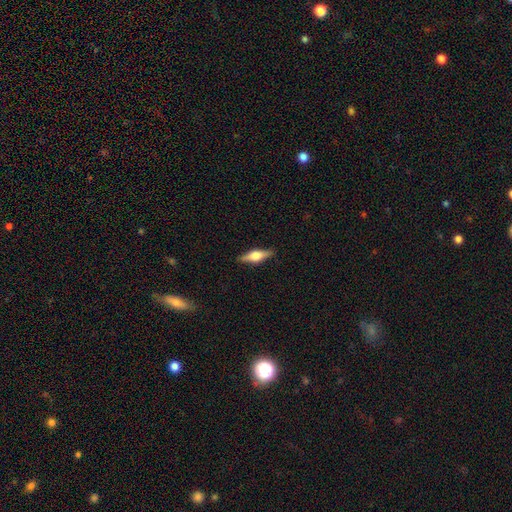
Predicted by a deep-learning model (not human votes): smooth_or_featured: featured or disk (p=0.56) [alt: smooth p=0.38]
disk_edge_on: yes (p=0.95) [alt: no p=0.05]
edge_on_bulge: rounded (p=0.91) [alt: boxy p=0.07]
merging: none (p=0.89) [alt: minor disturbance p=0.08]